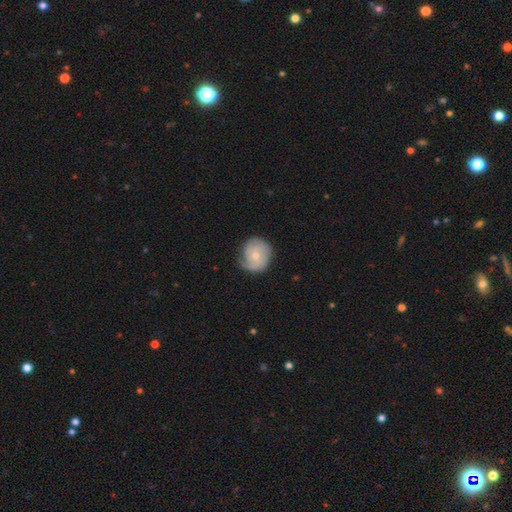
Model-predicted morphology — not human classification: This appears to be a featured or disk galaxy (59%) with no bar (79%), spiral arms (85%) and a small central bulge (53%). Merging: none (64%).